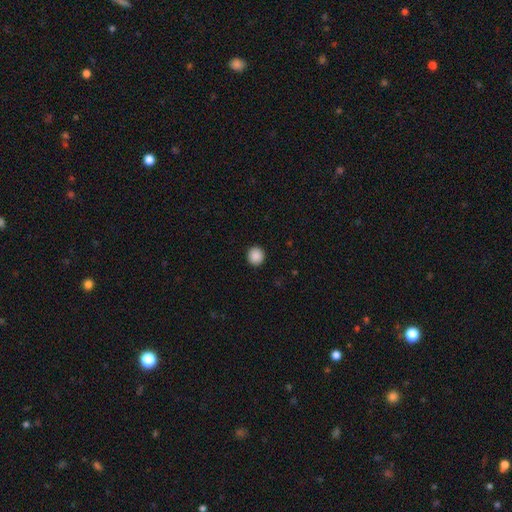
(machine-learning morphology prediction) type=smooth (89%); roundness=round (93%); merging=none (93%).